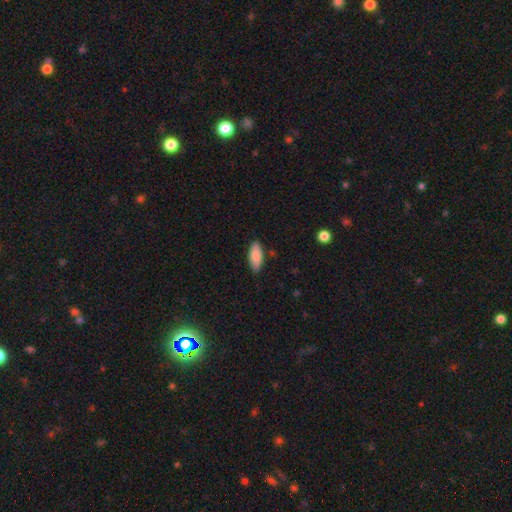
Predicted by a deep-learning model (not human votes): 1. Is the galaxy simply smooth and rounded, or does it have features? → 84% smooth, 10% featured or disk, 6% star or artifact.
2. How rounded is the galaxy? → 82% in between, 16% cigar-shaped, 2% round.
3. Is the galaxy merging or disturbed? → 83% none, 13% minor disturbance, 2% major disturbance, 2% merger.